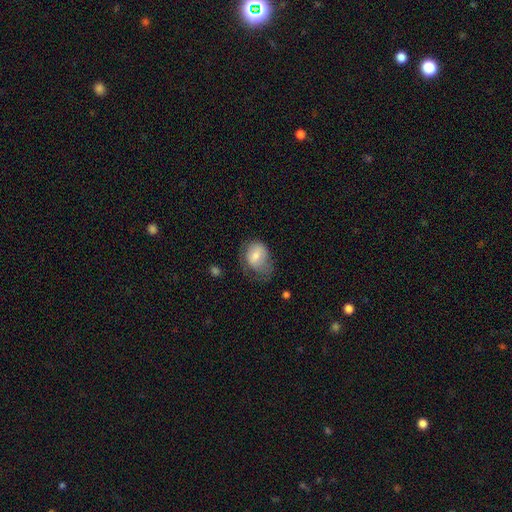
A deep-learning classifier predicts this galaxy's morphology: smooth-or-featured: smooth: 70% | featured or disk: 23% | star or artifact: 8%
  how-rounded: in between: 61% | round: 38% | cigar-shaped: 1%
  merging: none: 34% | minor disturbance: 33% | major disturbance: 31% | merger: 2%